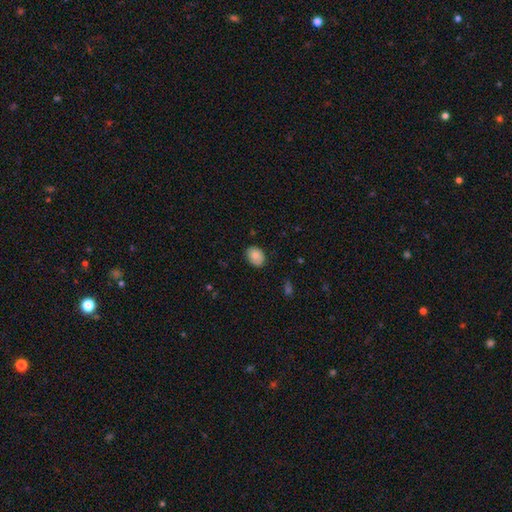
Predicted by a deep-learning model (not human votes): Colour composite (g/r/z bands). It shows a smooth galaxy with no disk features (83%) that is in between round and cigar-shaped (70%). Merging: none (78%).